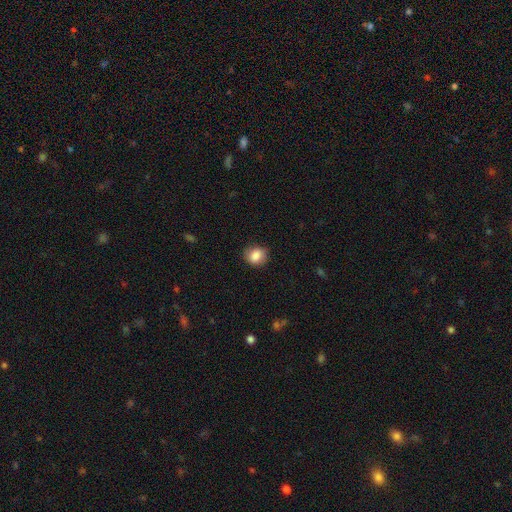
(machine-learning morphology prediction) Smooth or featured?
  - smooth: 86% *
  - star or artifact: 8%
  - featured or disk: 6%
How rounded?
  - round: 69% *
  - in between: 30%
  - cigar-shaped: 1%
Merging?
  - none: 81% *
  - minor disturbance: 14%
  - major disturbance: 3%
  - merger: 1%